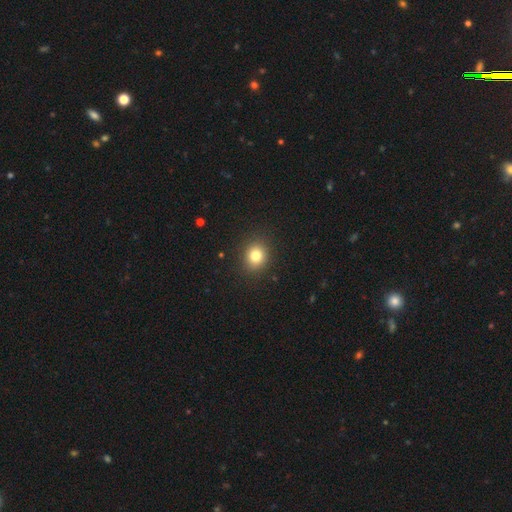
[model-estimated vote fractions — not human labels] smooth 81%, star or artifact 12%, featured or disk 7%. Down the decision tree: how rounded — round (76%); merging — none (89%).